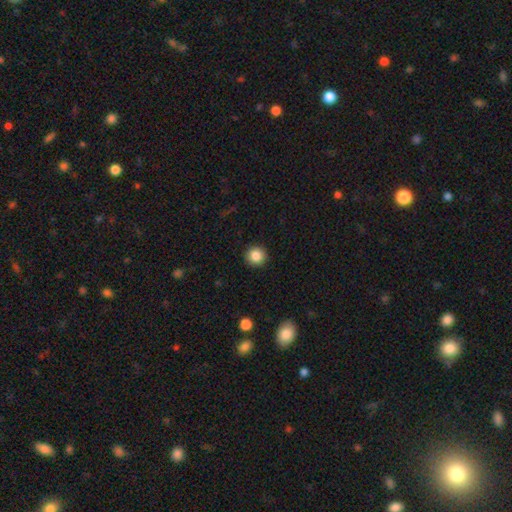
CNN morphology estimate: Smooth or featured? Predicted: smooth (p=0.85). How rounded? Predicted: round (p=0.95). Merging? Predicted: none (p=0.93).